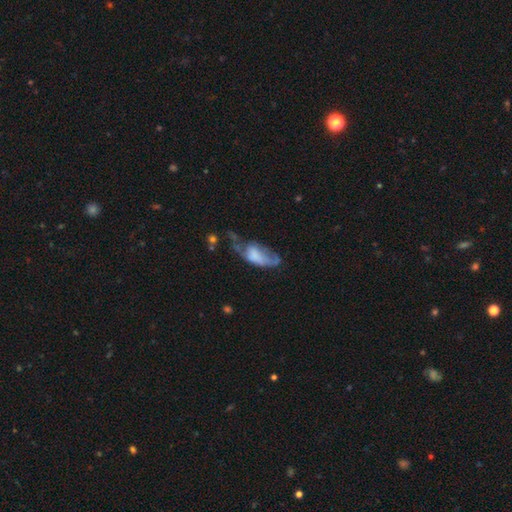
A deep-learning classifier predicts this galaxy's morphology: The model was most divided on "smooth or featured": smooth: 49%, featured or disk: 43%, star or artifact: 8%. More confident: merging — major disturbance (54%).